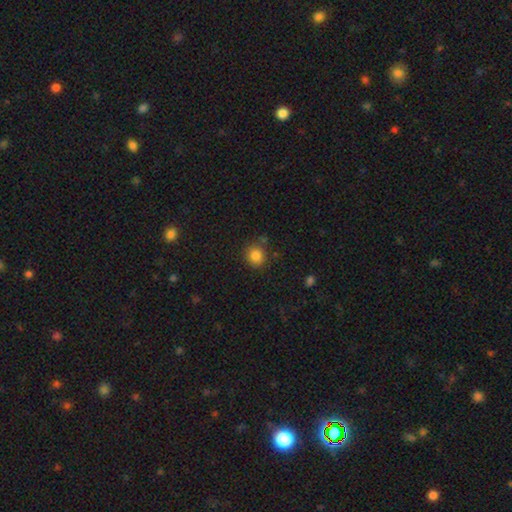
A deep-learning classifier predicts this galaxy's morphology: The model was most divided on "merging": none: 79%, minor disturbance: 12%, merger: 5%, major disturbance: 4%. More confident: how rounded — round (84%); smooth or featured — smooth (84%).